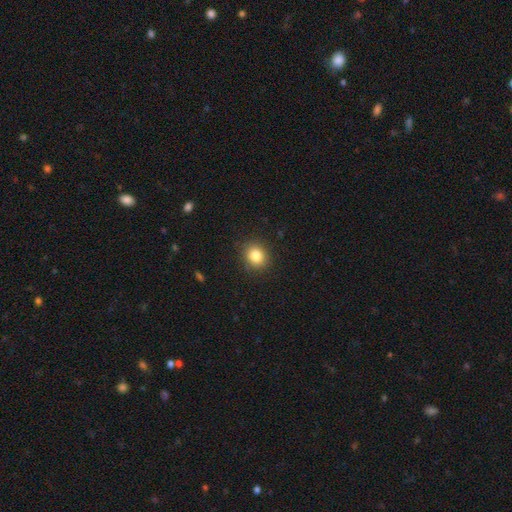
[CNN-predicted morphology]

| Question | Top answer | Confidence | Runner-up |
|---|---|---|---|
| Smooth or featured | smooth | 83% | star or artifact (11%) |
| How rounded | round | 73% | in between (26%) |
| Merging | none | 88% | minor disturbance (9%) |